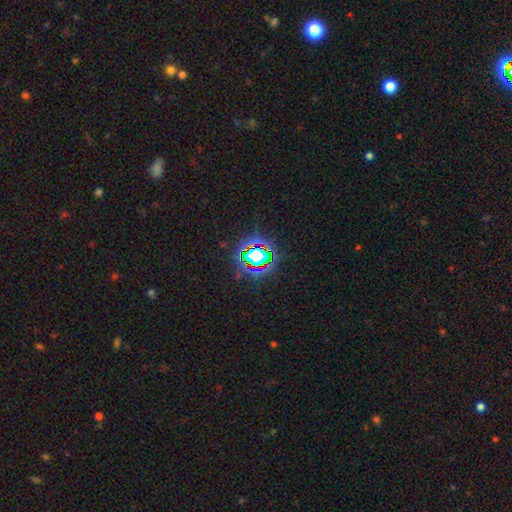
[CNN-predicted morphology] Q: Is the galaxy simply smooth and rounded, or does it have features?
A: star or artifact — 71%.